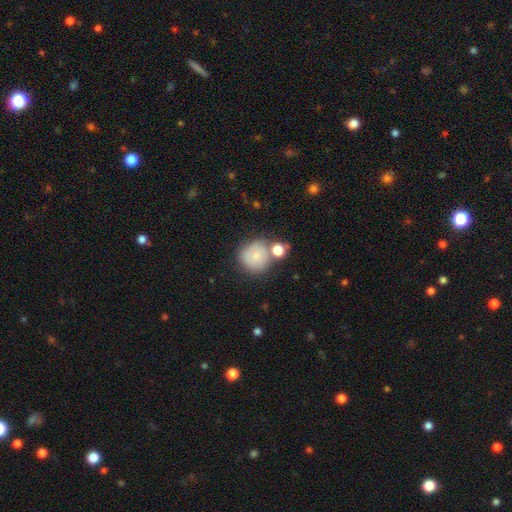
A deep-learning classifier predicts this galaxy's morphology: This appears to be a smooth galaxy with no disk features (77%) that is round (88%). Merging: none (54%).